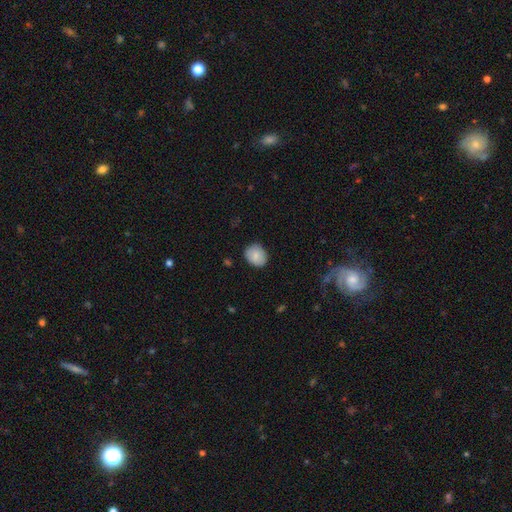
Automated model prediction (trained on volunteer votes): Q: Smooth or featured?
A: smooth (83%); runner-up: featured or disk (10%)
Q: How rounded?
A: round (60%); runner-up: in between (39%)
Q: Merging?
A: none (82%); runner-up: minor disturbance (14%)